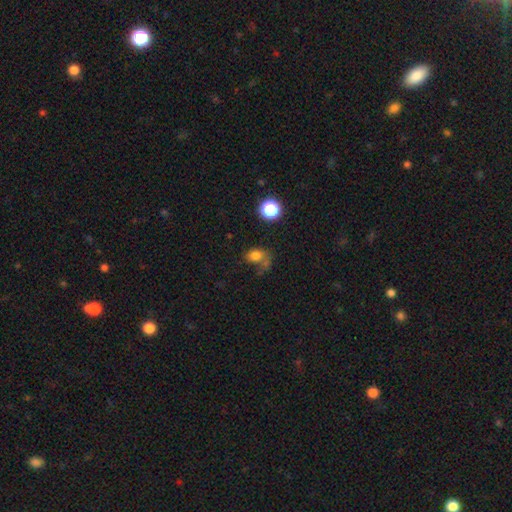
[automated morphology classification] A smooth galaxy with no disk features (73%) that is in between round and cigar-shaped (64%).

Vote fractions:
- Smooth or featured? smooth: 73% / star or artifact: 14% / featured or disk: 12%
- How rounded? in between: 64% / round: 35% / cigar-shaped: 1%
- Merging? none: 36% / major disturbance: 25% / minor disturbance: 20% / merger: 19%